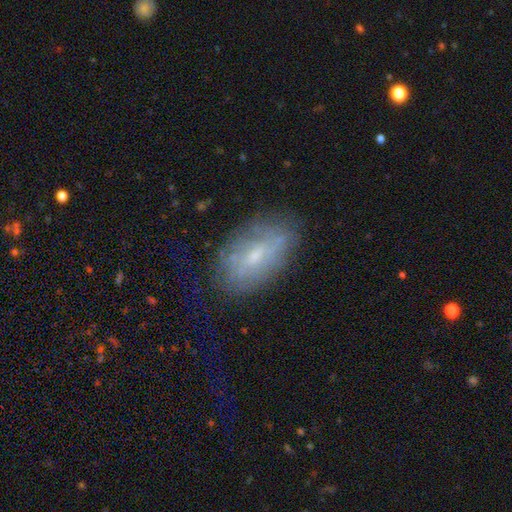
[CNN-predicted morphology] This appears to be a smooth galaxy with no disk features (48%). Merging: none (69%).